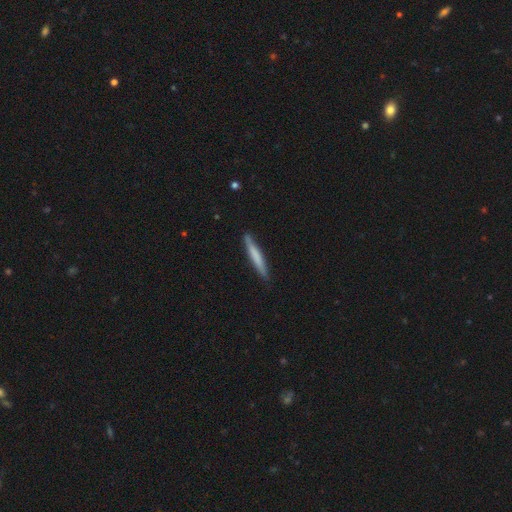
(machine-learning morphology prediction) Smooth or featured?
  - smooth: 64% *
  - featured or disk: 31%
  - star or artifact: 5%
How rounded?
  - cigar-shaped: 95% *
  - in between: 4%
  - round: 1%
Merging?
  - none: 87% *
  - minor disturbance: 10%
  - major disturbance: 2%
  - merger: 1%